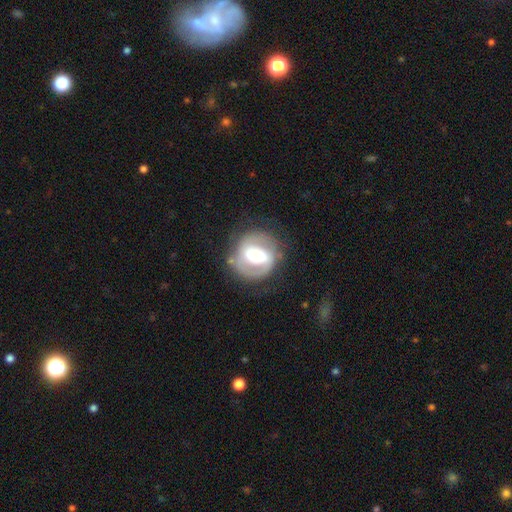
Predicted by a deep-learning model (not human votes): A featured or disk galaxy (73%) with a weak bar (40%), 2 (76%) tight (44%) spiral arms (77%) and a moderate central bulge (56%).

Vote fractions:
- Smooth or featured? featured or disk: 73% / smooth: 22% / star or artifact: 6%
- Edge-on disk? no: 97% / yes: 3%
- Bar? weak: 40% / strong: 39% / no: 22%
- Spiral arms? yes: 77% / no: 23%
- Spiral winding? tight: 44% / medium: 40% / loose: 16%
- Spiral arm count? 2: 76% / can't tell: 10% / 1: 10% / 3: 2% / 4: 1% / more than 4: 1%
- Bulge size? moderate: 56% / large: 23% / small: 17% / dominant: 3% / none: 2%
- Merging? none: 72% / minor disturbance: 16% / major disturbance: 10% / merger: 2%